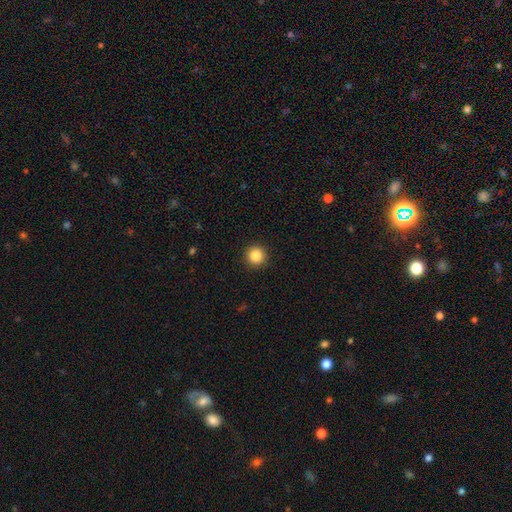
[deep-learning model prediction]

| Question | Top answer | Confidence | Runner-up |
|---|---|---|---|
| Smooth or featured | smooth | 87% | star or artifact (10%) |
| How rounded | round | 95% | in between (4%) |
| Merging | none | 92% | minor disturbance (5%) |